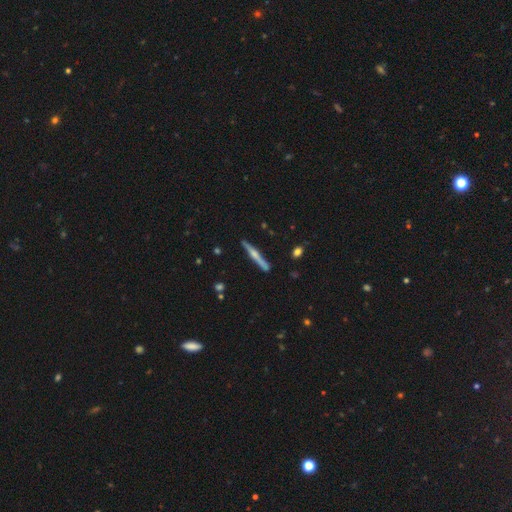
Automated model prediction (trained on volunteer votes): The model was most divided on "smooth or featured": featured or disk: 68%, smooth: 26%, star or artifact: 6%. More confident: edge-on disk — yes (98%); merging — none (88%); edge-on bulge — rounded (81%).